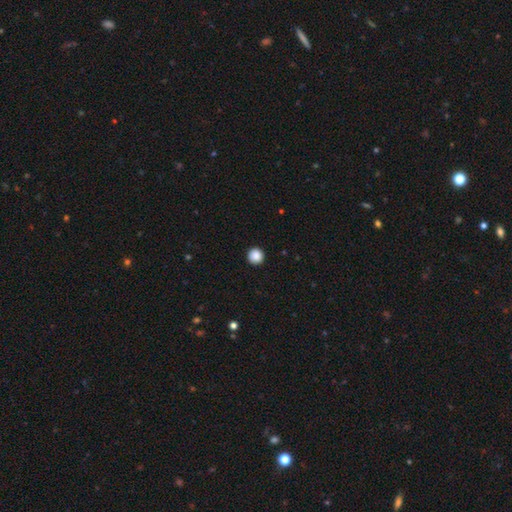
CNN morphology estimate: A smooth galaxy with no disk features (88%) that is round (96%). Merging: none (93%).